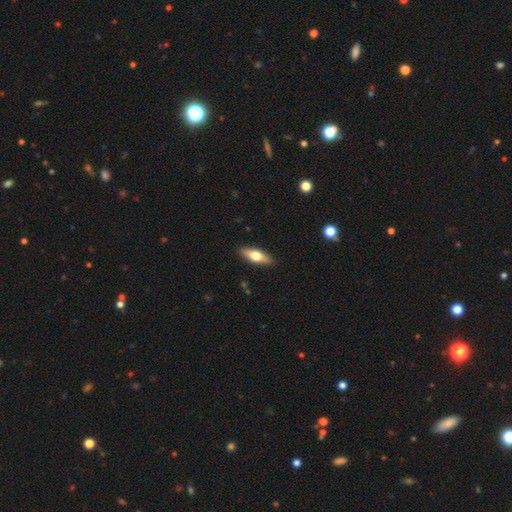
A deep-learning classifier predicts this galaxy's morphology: The model was most divided on "smooth or featured": smooth: 57%, featured or disk: 37%, star or artifact: 6%. More confident: merging — none (89%); how rounded — in between (60%).